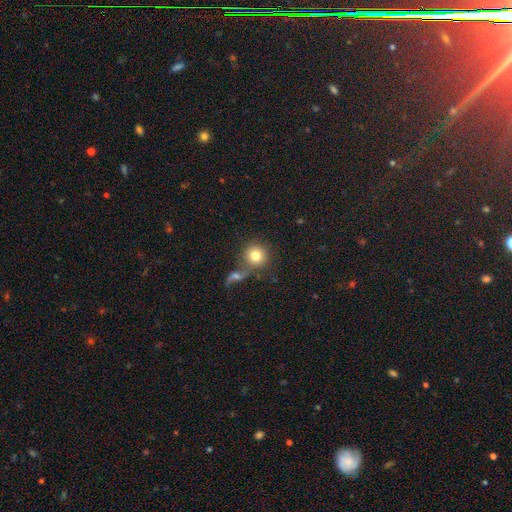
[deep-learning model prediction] The model was most divided on "merging": none: 55%, merger: 30%, minor disturbance: 9%, major disturbance: 6%. More confident: how rounded — round (90%); smooth or featured — smooth (79%).